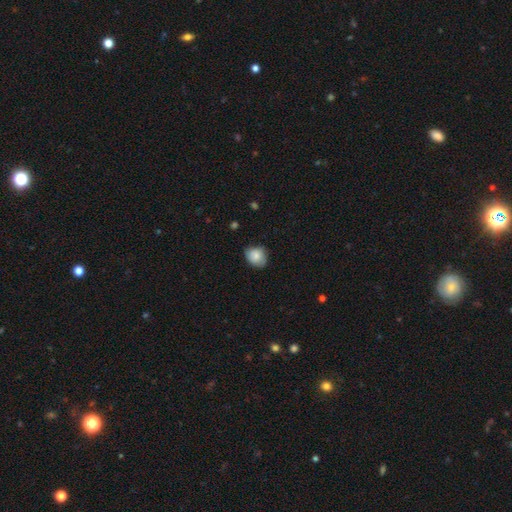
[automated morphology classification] smooth-or-featured: smooth: 81% | featured or disk: 11% | star or artifact: 8%
  how-rounded: round: 56% | in between: 44% | cigar-shaped: 1%
  merging: none: 68% | minor disturbance: 27% | major disturbance: 4% | merger: 1%